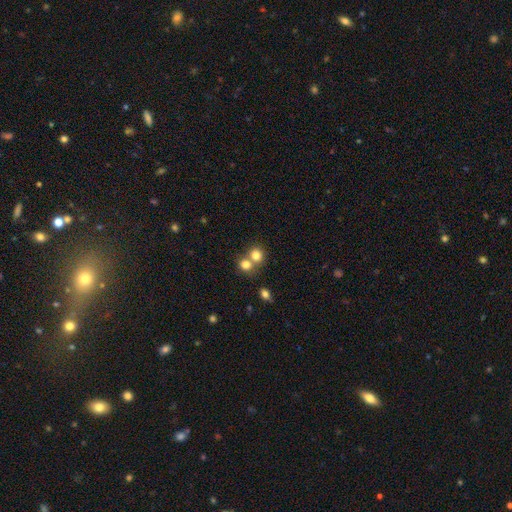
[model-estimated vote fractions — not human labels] The model was most divided on "merging": merger: 49%, none: 43%, minor disturbance: 6%, major disturbance: 3%. More confident: how rounded — round (81%); smooth or featured — smooth (78%).